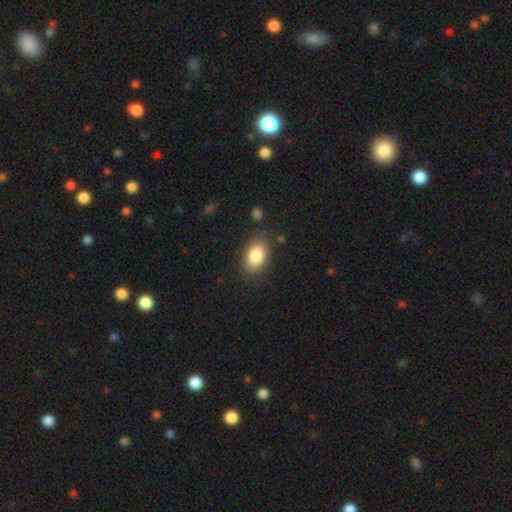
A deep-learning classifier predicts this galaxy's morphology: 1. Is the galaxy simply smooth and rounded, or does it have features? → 84% smooth, 8% featured or disk, 7% star or artifact.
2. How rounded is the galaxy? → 89% in between, 9% round, 2% cigar-shaped.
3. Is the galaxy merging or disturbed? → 82% none, 12% minor disturbance, 3% major disturbance, 2% merger.